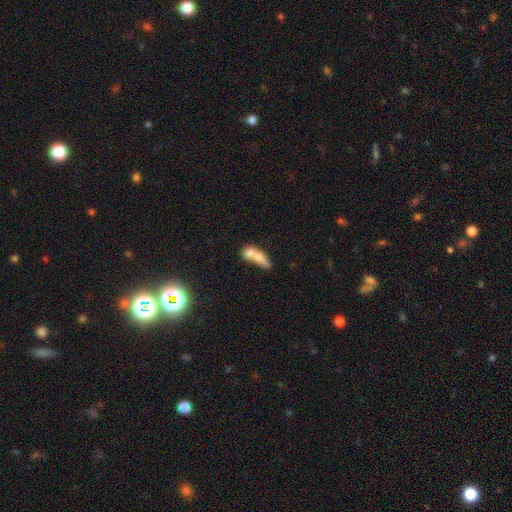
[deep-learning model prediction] smooth-or-featured: smooth: 66% | featured or disk: 25% | star or artifact: 9%
  how-rounded: in between: 56% | cigar-shaped: 35% | round: 9%
  merging: merger: 63% | none: 20% | minor disturbance: 10% | major disturbance: 7%